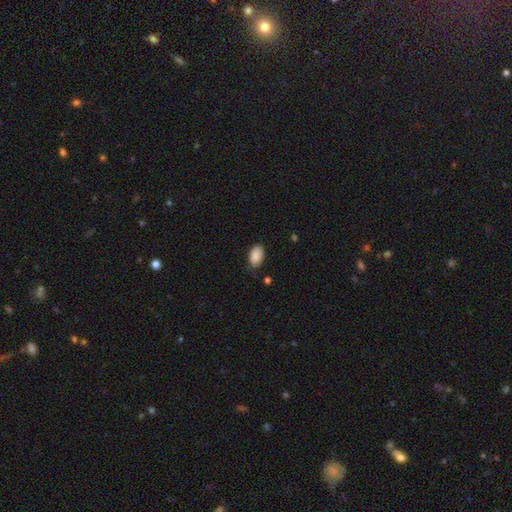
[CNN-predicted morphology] smooth-or-featured: smooth: 88% | star or artifact: 7% | featured or disk: 4%
  how-rounded: in between: 92% | round: 6% | cigar-shaped: 1%
  merging: none: 75% | minor disturbance: 20% | major disturbance: 3% | merger: 1%